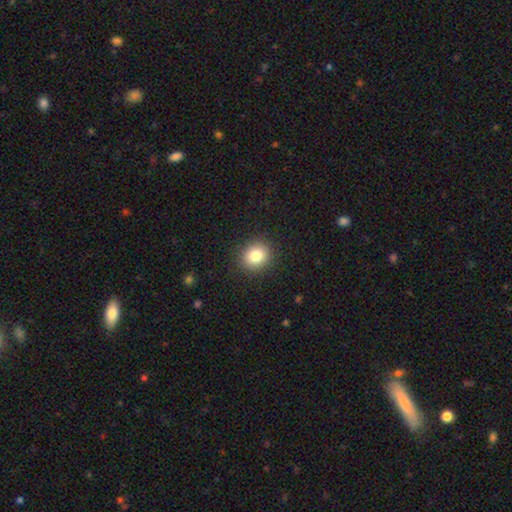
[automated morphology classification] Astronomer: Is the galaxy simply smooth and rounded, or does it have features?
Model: smooth — 83%.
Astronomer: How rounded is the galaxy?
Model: round — 75%.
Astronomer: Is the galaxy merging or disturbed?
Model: none — 90%.